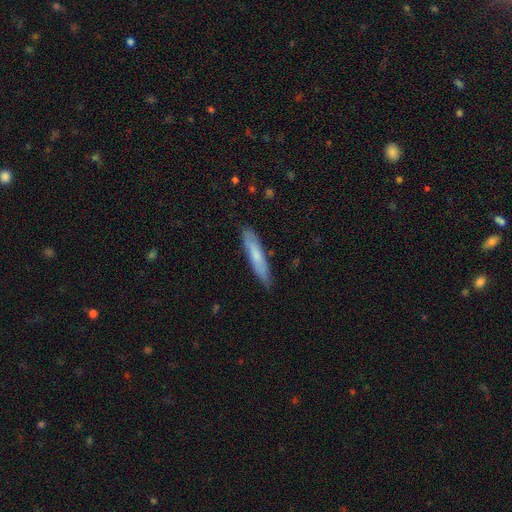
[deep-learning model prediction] A smooth galaxy with no disk features (66%) that is cigar-shaped (89%).

Vote fractions:
- Smooth or featured? smooth: 66% / featured or disk: 29% / star or artifact: 6%
- How rounded? cigar-shaped: 89% / in between: 9% / round: 1%
- Merging? none: 85% / minor disturbance: 12% / major disturbance: 2% / merger: 1%